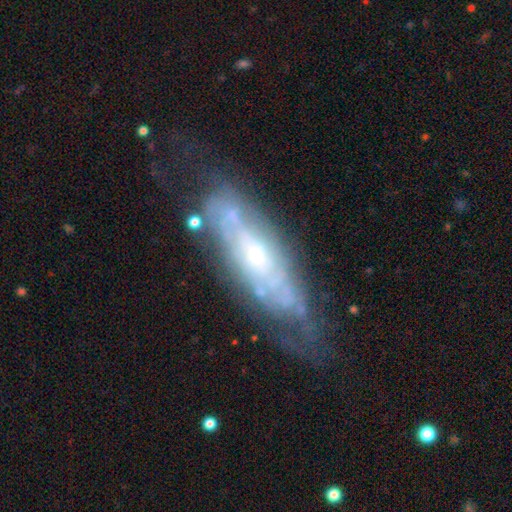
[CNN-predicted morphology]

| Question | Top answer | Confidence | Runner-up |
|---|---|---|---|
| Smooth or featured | featured or disk | 75% | smooth (18%) |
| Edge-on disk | no | 76% | yes (24%) |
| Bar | no | 70% | weak (23%) |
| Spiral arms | yes | 71% | no (29%) |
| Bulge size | small | 52% | moderate (39%) |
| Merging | none | 59% | minor disturbance (25%) |